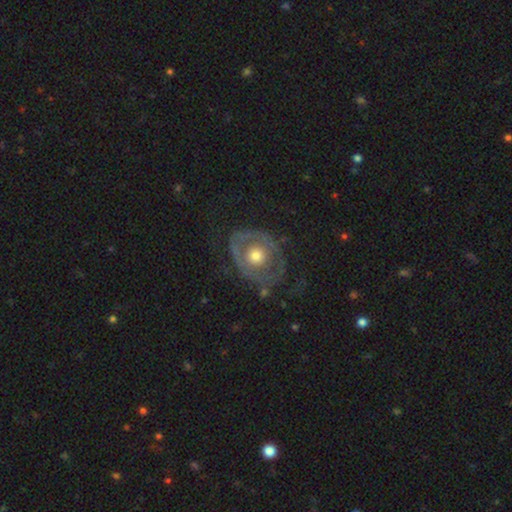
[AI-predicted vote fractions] Smooth or featured? featured or disk (61%)
Edge-on disk? no (95%)
Bar? no (91%)
Spiral arms? no (66%)
Bulge size? moderate (69%)
Merging? none (57%)